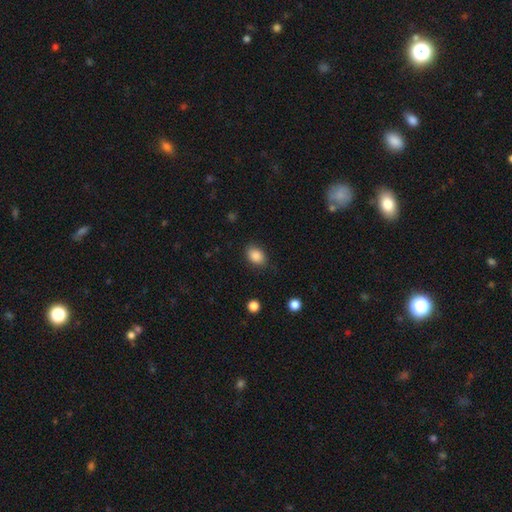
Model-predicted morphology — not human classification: Q: Smooth or featured?
A: smooth (87%); runner-up: star or artifact (9%)
Q: How rounded?
A: in between (72%); runner-up: round (27%)
Q: Merging?
A: none (82%); runner-up: minor disturbance (13%)